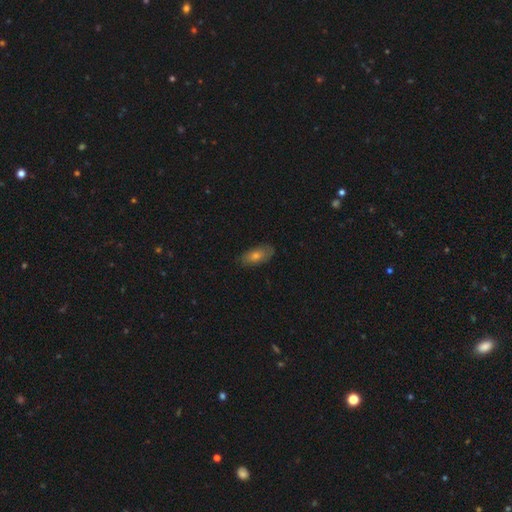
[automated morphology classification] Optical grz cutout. It shows a smooth galaxy with no disk features (57%) that is in between round and cigar-shaped (85%). Merging: none (80%).